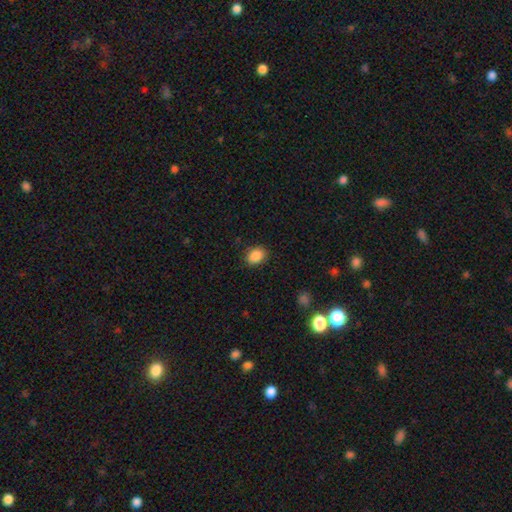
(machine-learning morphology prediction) A smooth galaxy with no disk features (88%) that is in between round and cigar-shaped (67%).

Vote fractions:
- Smooth or featured? smooth: 88% / star or artifact: 8% / featured or disk: 3%
- How rounded? in between: 67% / round: 32% / cigar-shaped: 1%
- Merging? none: 87% / minor disturbance: 9% / major disturbance: 2% / merger: 1%